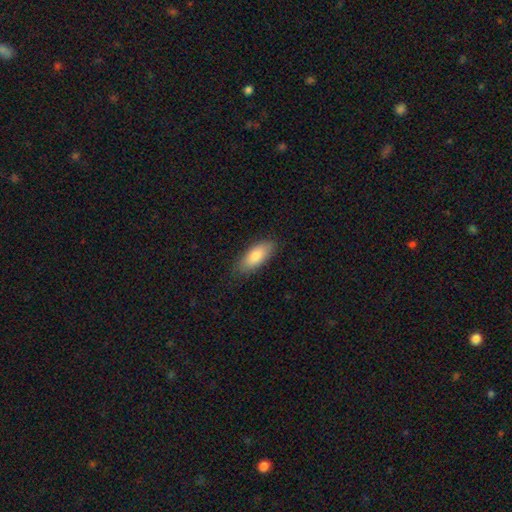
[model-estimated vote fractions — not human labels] This is clearly a smooth galaxy (82%). How rounded: clearly in between (82%). Merging: clearly none (84%).